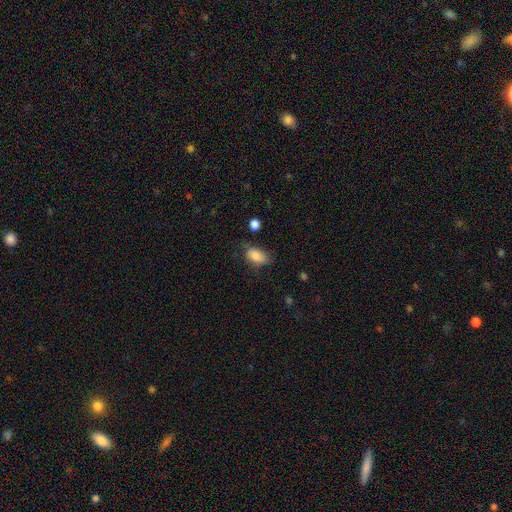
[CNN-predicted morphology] Q: Smooth or featured?
A: smooth (82%); runner-up: featured or disk (10%)
Q: How rounded?
A: in between (90%); runner-up: round (8%)
Q: Merging?
A: none (58%); runner-up: minor disturbance (30%)